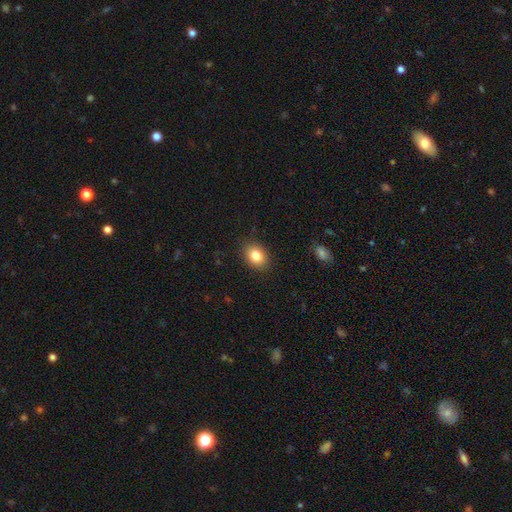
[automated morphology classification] smooth_or_featured: smooth (p=0.84) [alt: star or artifact p=0.09]
how_rounded: in between (p=0.58) [alt: round p=0.41]
merging: none (p=0.89) [alt: minor disturbance p=0.08]